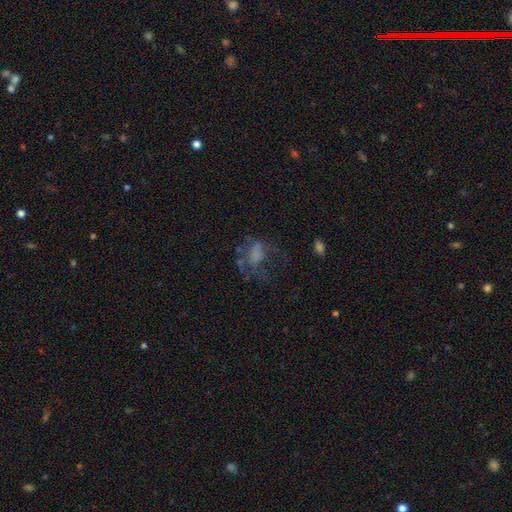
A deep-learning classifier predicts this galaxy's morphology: Smooth or featured? featured or disk (44%)
Merging? major disturbance (42%)